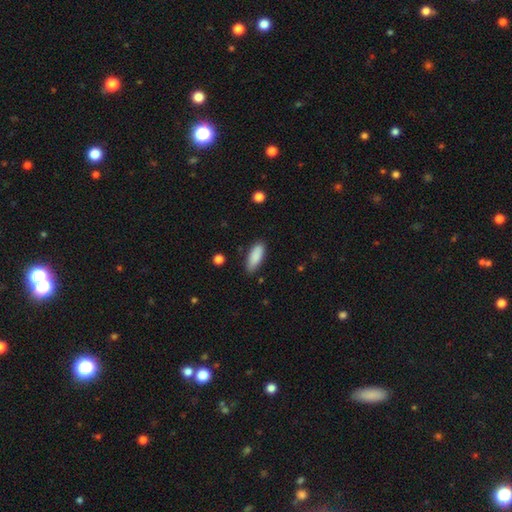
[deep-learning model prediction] This is clearly a smooth galaxy (88%). How rounded: likely in between (72%). Merging: clearly none (84%).